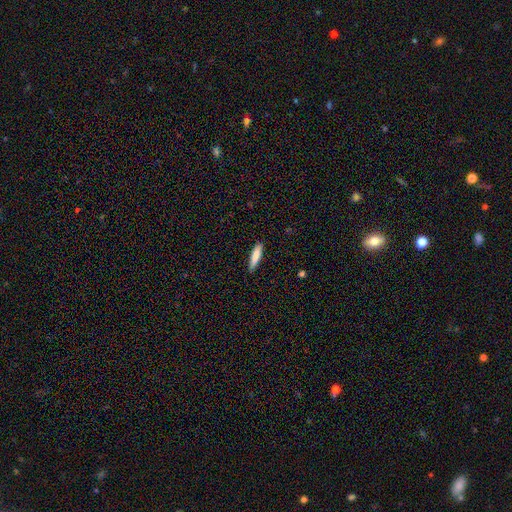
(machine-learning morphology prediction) Smooth or featured? Predicted: smooth (p=0.84). How rounded? Predicted: cigar-shaped (p=0.78). Merging? Predicted: none (p=0.86).